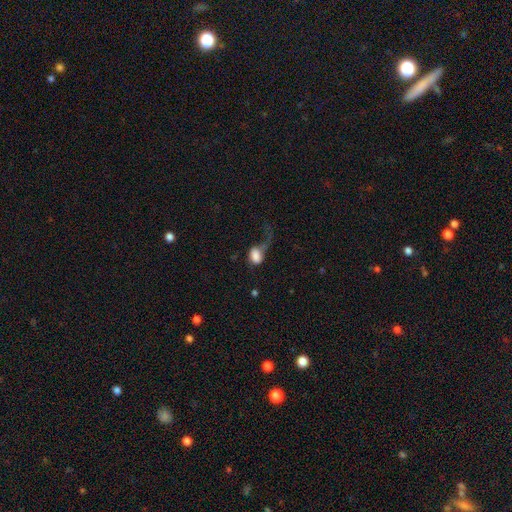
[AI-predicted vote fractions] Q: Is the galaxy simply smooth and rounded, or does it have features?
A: smooth — 70%.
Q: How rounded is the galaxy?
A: in between — 72%.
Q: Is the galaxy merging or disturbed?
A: major disturbance — 60%.